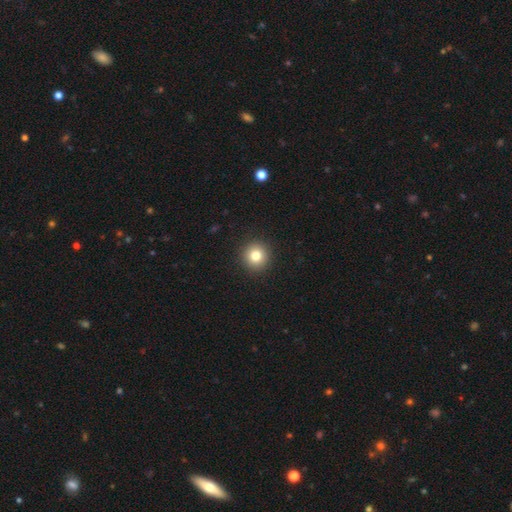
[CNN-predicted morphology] type=smooth (80%); roundness=round (94%); merging=none (93%).